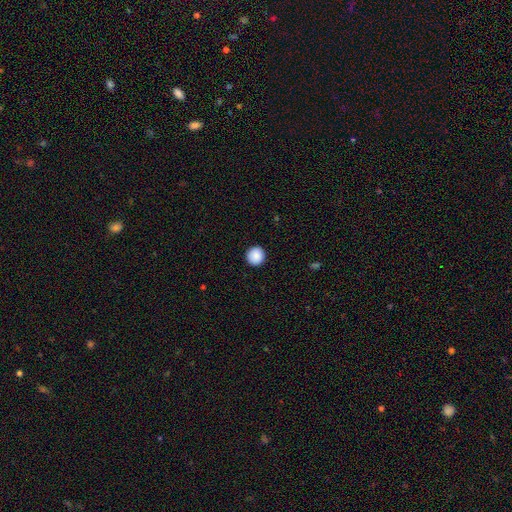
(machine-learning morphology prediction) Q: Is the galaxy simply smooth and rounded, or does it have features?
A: smooth — 89%.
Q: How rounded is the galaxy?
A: round — 93%.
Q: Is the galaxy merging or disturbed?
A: none — 92%.